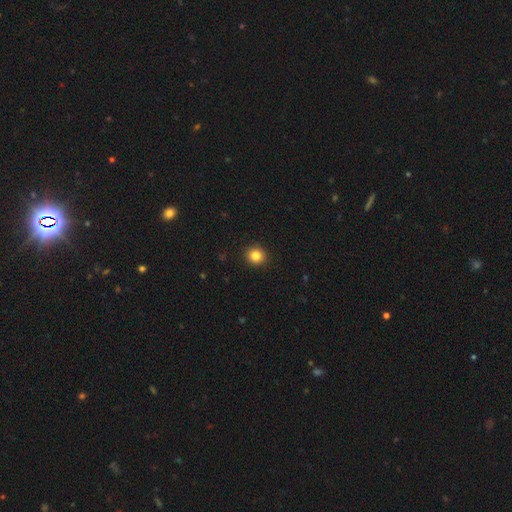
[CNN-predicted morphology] smooth 84%, star or artifact 11%, featured or disk 5%. Down the decision tree: how rounded — round (91%); merging — none (92%).